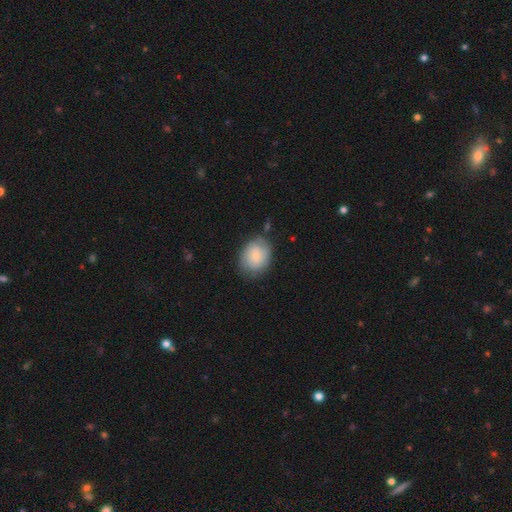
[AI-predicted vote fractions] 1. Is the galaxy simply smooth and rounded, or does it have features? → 66% smooth, 27% featured or disk, 7% star or artifact.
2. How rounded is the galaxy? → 57% in between, 42% round, 1% cigar-shaped.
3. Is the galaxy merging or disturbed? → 71% none, 21% minor disturbance, 6% major disturbance, 2% merger.